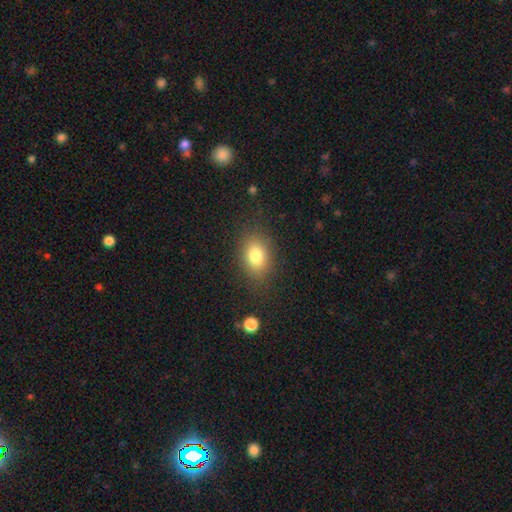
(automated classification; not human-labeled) Overall: smooth (81%). How rounded: in between (74%). Merging: none (82%).